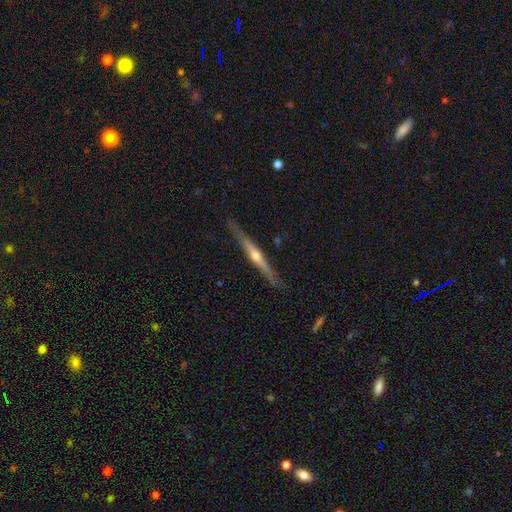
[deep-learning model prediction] Overall: featured or disk (78%). Edge-on disk: yes (98%). Edge-on bulge: rounded (88%). Merging: none (88%).